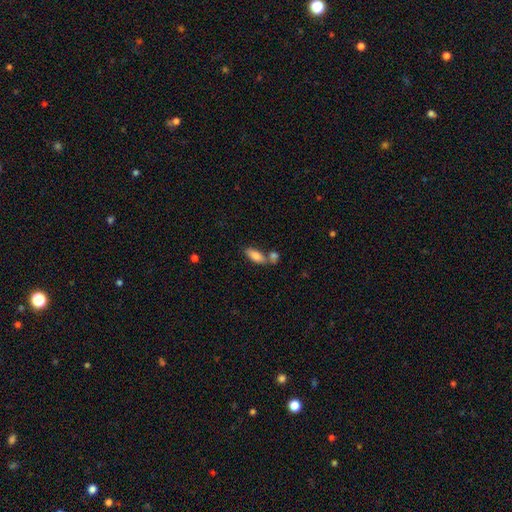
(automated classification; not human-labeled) This is clearly a smooth galaxy (83%). How rounded: likely in between (78%). Merging: possibly none (52%).